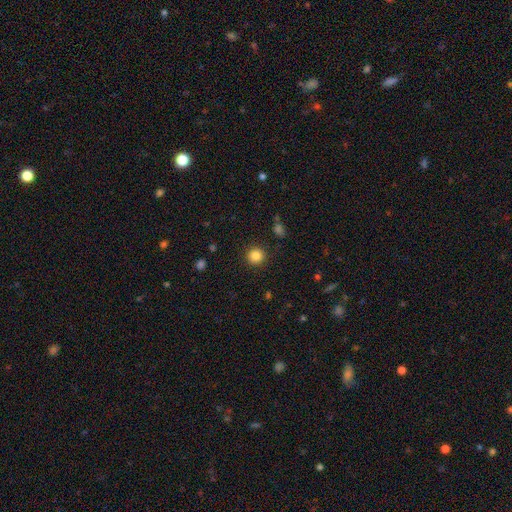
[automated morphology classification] The model was most divided on "smooth or featured": smooth: 85%, star or artifact: 11%, featured or disk: 4%. More confident: how rounded — round (94%); merging — none (91%).